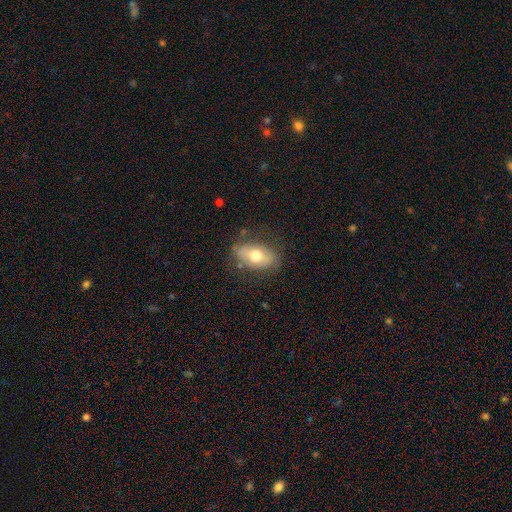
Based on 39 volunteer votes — smooth-or-featured: smooth: 51% | featured or disk: 49% | star or artifact: 0%
  how-rounded: in between: 85% | round: 10% | cigar-shaped: 5%
  merging: none: 62% | minor disturbance: 28% | major disturbance: 8% | merger: 3%